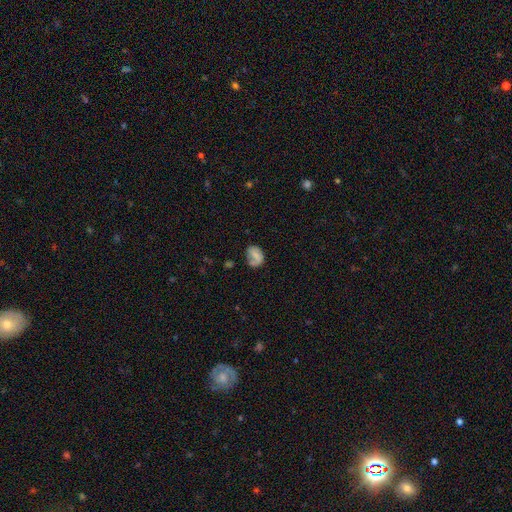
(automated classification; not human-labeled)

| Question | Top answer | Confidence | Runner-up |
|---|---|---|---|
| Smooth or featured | smooth | 61% | featured or disk (30%) |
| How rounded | in between | 63% | round (36%) |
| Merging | none | 45% | minor disturbance (28%) |